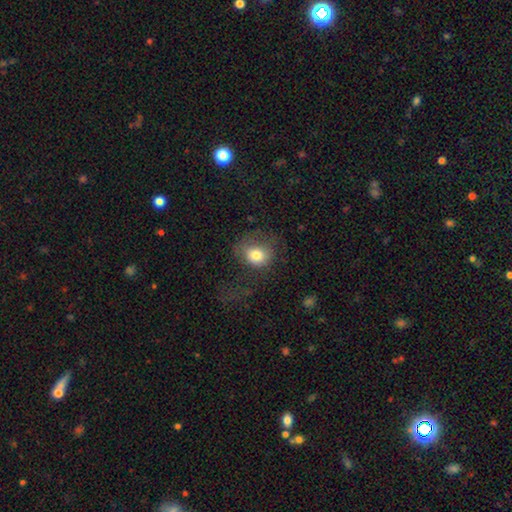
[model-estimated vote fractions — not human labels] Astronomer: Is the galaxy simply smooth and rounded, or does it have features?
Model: smooth — 77%.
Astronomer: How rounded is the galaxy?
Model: round — 61% (runner-up: in between, 38%).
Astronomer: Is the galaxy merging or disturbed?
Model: none — 41% (runner-up: major disturbance, 35%).